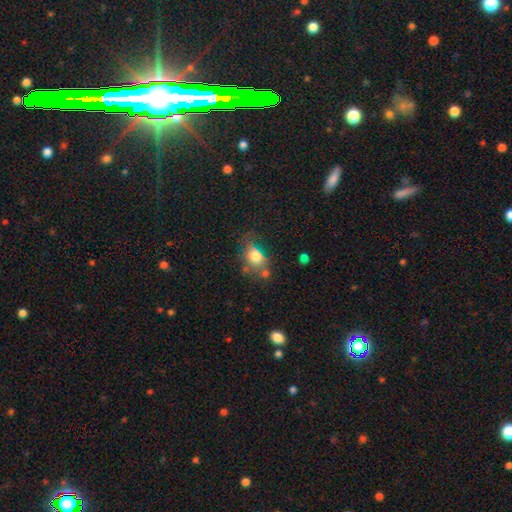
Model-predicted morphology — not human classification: A smooth galaxy with no disk features (74%) that is in between round and cigar-shaped (59%). Merging: none (47%).